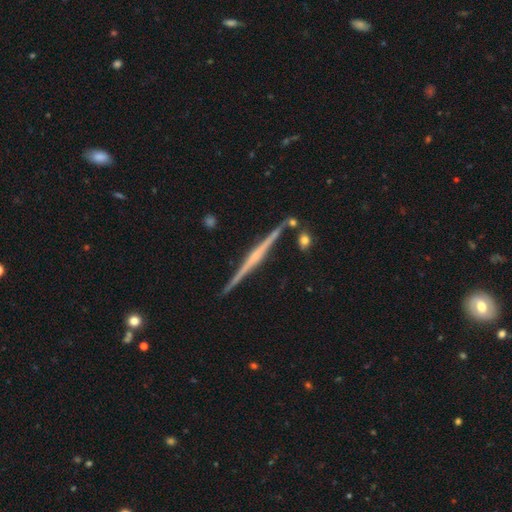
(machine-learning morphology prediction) A featured or disk galaxy (83%) viewed edge-on (99%) with a rounded central bulge (55%).

Vote fractions:
- Smooth or featured? featured or disk: 83% / smooth: 12% / star or artifact: 5%
- Edge-on disk? yes: 99% / no: 1%
- Edge-on bulge? rounded: 55% / none: 30% / boxy: 15%
- Merging? none: 89% / minor disturbance: 7% / merger: 3% / major disturbance: 1%